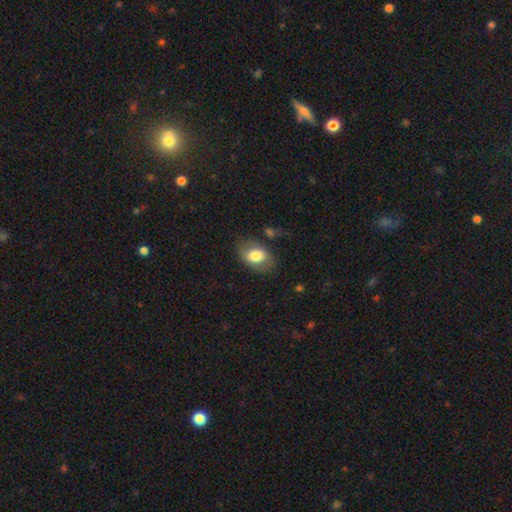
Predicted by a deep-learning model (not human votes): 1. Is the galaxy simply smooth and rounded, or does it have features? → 73% smooth, 20% featured or disk, 7% star or artifact.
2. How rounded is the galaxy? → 83% in between, 16% round, 1% cigar-shaped.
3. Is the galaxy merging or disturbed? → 69% none, 20% minor disturbance, 8% major disturbance, 3% merger.